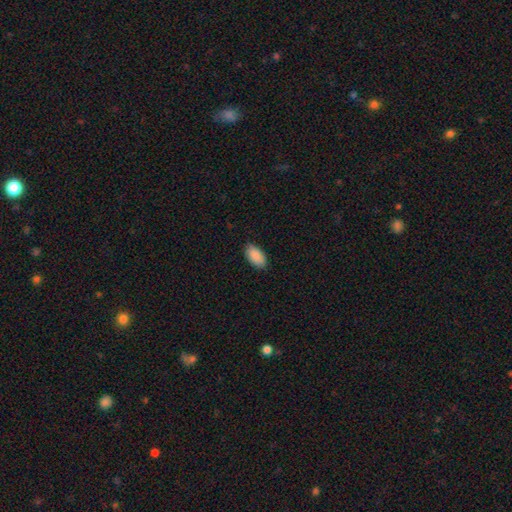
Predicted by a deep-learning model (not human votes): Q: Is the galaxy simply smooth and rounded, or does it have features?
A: smooth — 90%.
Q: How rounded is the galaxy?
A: in between — 95%.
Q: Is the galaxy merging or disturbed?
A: none — 87%.